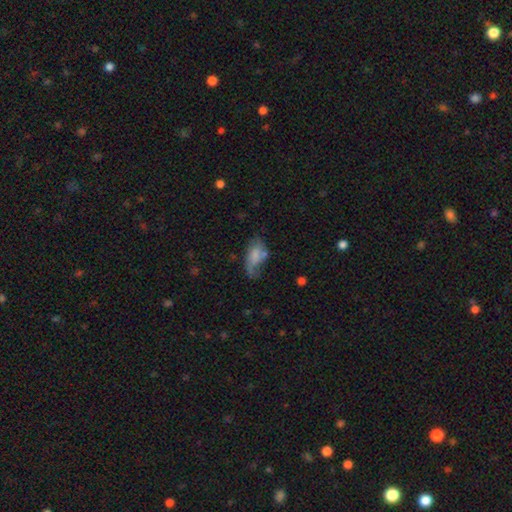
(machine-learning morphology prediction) smooth-or-featured: smooth: 62% | featured or disk: 29% | star or artifact: 9%
  how-rounded: in between: 88% | cigar-shaped: 8% | round: 4%
  merging: none: 31% | minor disturbance: 30% | major disturbance: 29% | merger: 9%